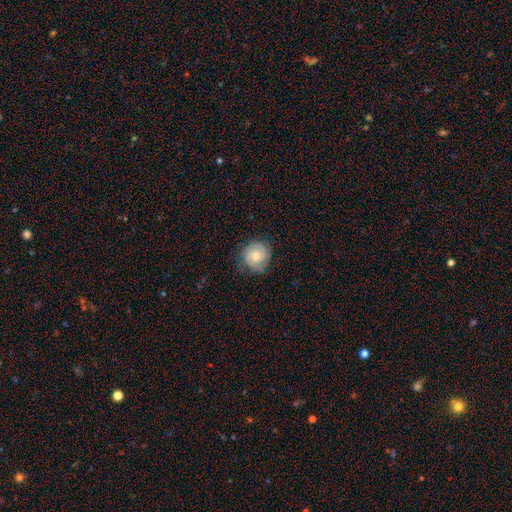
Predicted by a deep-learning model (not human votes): featured or disk 68%, smooth 25%, star or artifact 7%. Down the decision tree: edge-on disk — no (98%); bar — no (75%); spiral arms — yes (93%); spiral arm count — 2 (61%); spiral winding — tight (70%); bulge size — moderate (51%); merging — none (77%).